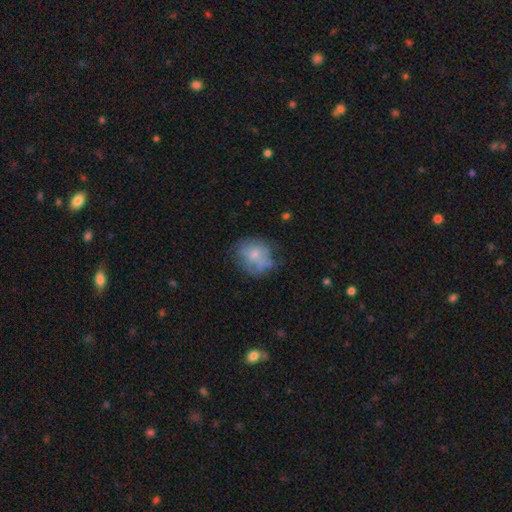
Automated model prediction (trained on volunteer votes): Overall: smooth (55%; featured or disk 36%). How rounded: round (65%; in between 34%). Merging: none (51%; minor disturbance 27%).